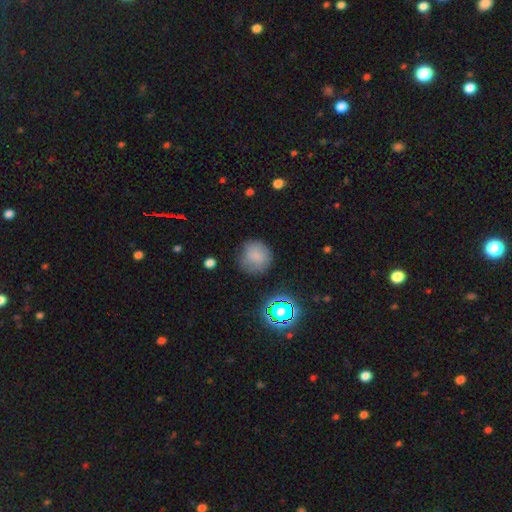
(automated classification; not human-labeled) Smooth or featured: smooth — 76% (star or artifact — 13%)
How rounded: round — 91% (in between — 8%)
Merging: none — 74% (minor disturbance — 18%)